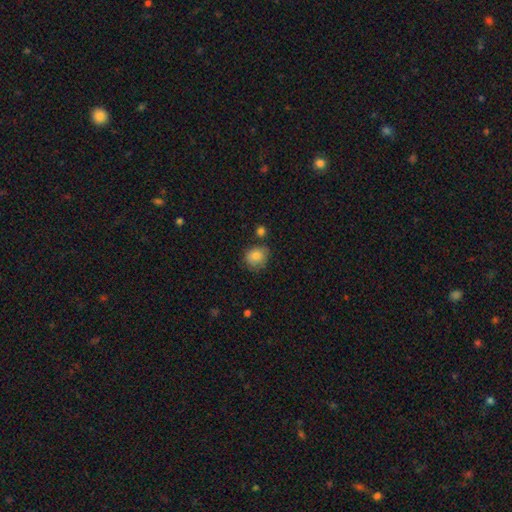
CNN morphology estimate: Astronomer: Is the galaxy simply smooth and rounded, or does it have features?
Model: smooth — 84%.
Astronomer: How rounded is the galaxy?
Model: round — 73%.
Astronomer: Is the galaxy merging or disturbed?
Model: none — 68%.